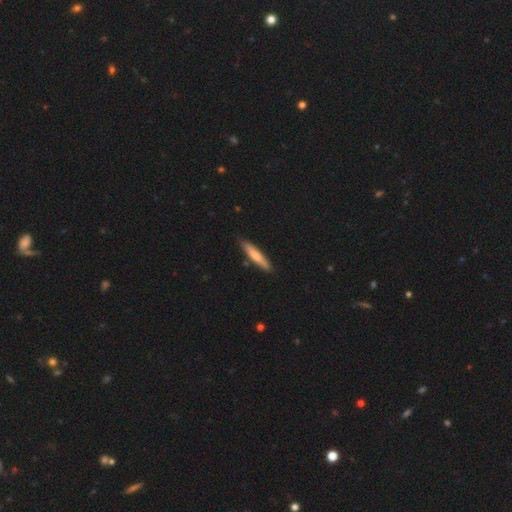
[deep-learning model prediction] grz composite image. It shows a smooth galaxy with no disk features (67%) that is cigar-shaped (89%). Merging: none (85%).